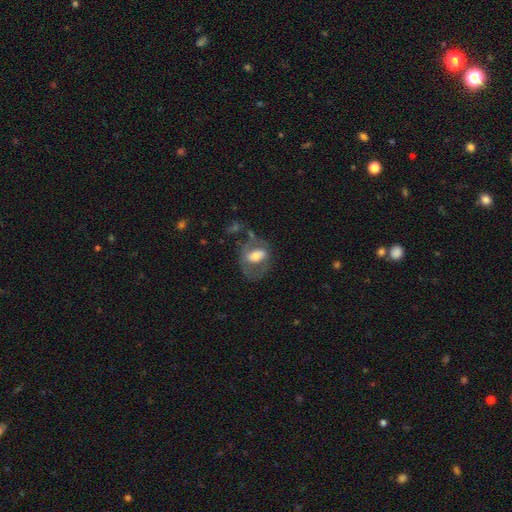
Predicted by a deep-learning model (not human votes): Q: Smooth or featured?
A: featured or disk (46%); tied with: smooth (46%)
Q: Merging?
A: none (42%); runner-up: major disturbance (30%)